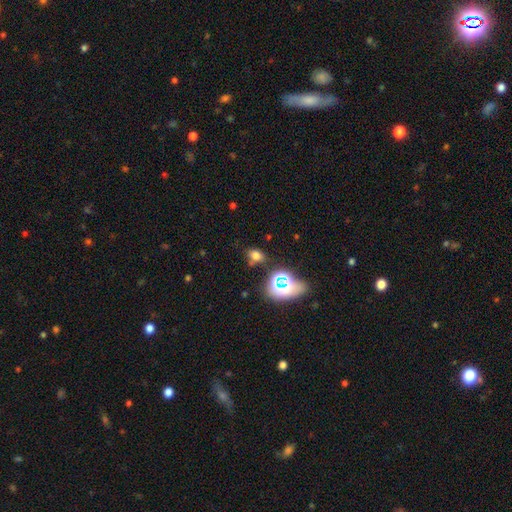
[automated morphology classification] Smooth or featured? Predicted: smooth (p=0.64). How rounded? Predicted: in between (p=0.68). Merging? Predicted: none (p=0.71).